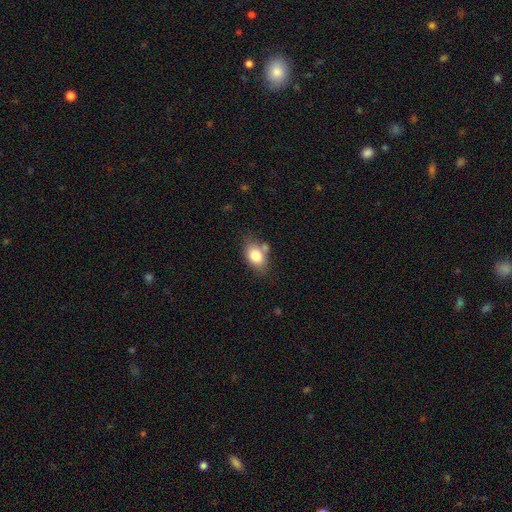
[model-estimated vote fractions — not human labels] smooth_or_featured: smooth (p=0.79) [alt: featured or disk p=0.12]
how_rounded: in between (p=0.81) [alt: round p=0.17]
merging: none (p=0.62) [alt: minor disturbance p=0.19]